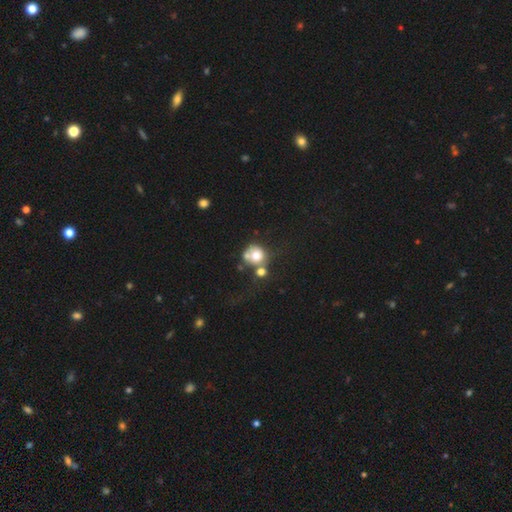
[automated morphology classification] smooth_or_featured: smooth (p=0.68) [alt: featured or disk p=0.21]
how_rounded: round (p=0.83) [alt: in between p=0.16]
merging: merger (p=0.42) [alt: none p=0.34]